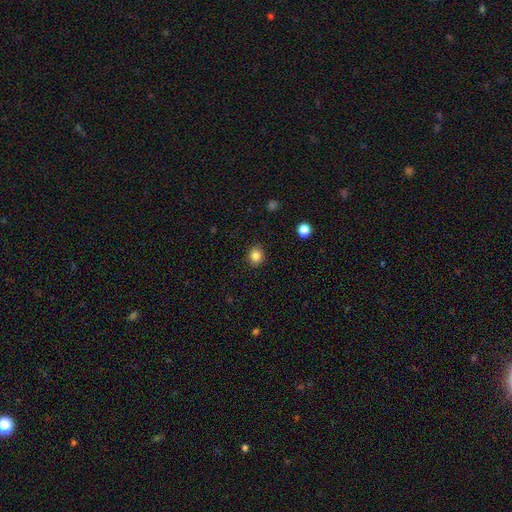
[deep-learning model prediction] This appears to be a smooth galaxy with no disk features (84%) that is round (74%). Merging: none (89%).